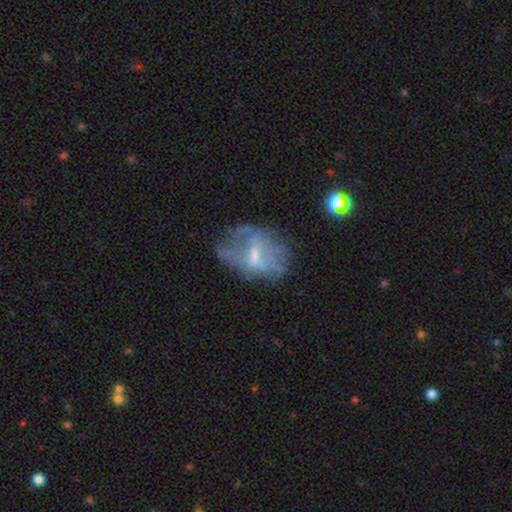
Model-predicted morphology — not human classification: Smooth or featured: featured or disk — 57% (smooth — 30%)
Edge-on disk: no — 96% (yes — 4%)
Bar: no — 49% (weak — 40%)
Spiral arms: no — 73% (yes — 27%)
Bulge size: small — 42% (moderate — 35%)
Merging: none — 41% (major disturbance — 30%)